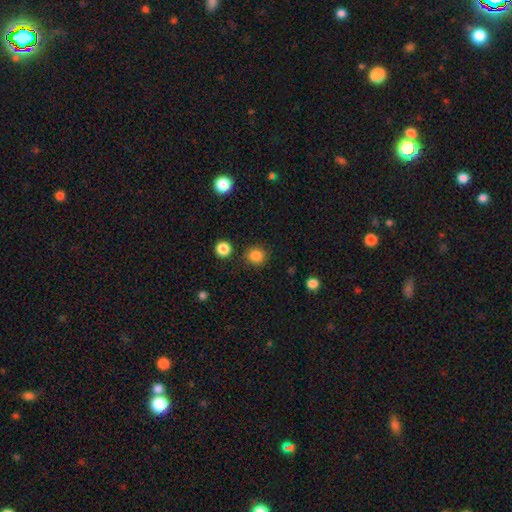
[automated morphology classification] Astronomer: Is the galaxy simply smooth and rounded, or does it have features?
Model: smooth — 85%.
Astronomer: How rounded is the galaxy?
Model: round — 91%.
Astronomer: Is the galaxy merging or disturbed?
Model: none — 87%.